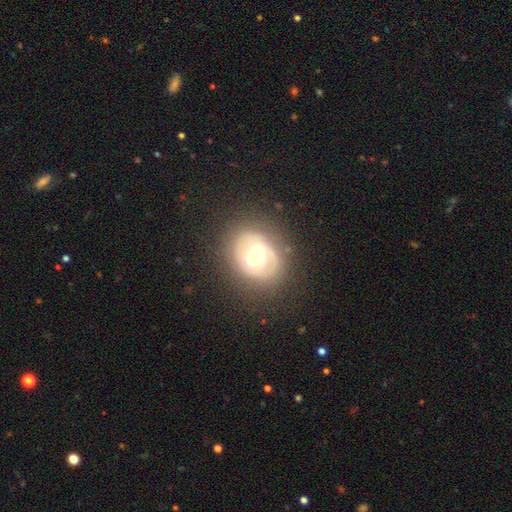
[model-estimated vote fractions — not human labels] This is likely a featured or disk galaxy (69%). It is clearly not viewed edge-on (95%). Bar: possibly strong (46%). Spiral arm pattern: possibly yes (56%). Central bulge: possibly moderate (57%). Merging: likely none (75%).